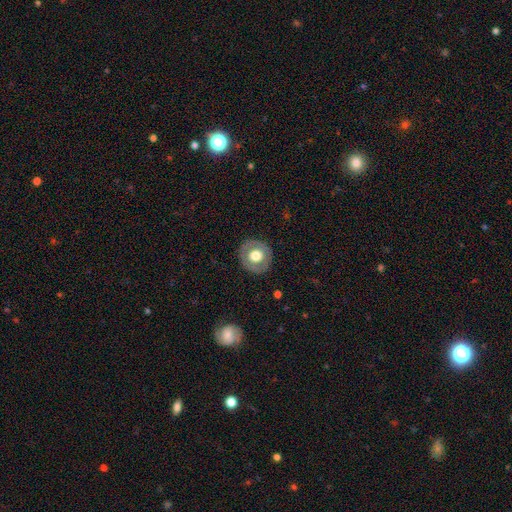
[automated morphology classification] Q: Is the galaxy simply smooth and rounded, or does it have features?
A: smooth — 56%.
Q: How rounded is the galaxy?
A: round — 85%.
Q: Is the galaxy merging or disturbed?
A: none — 87%.